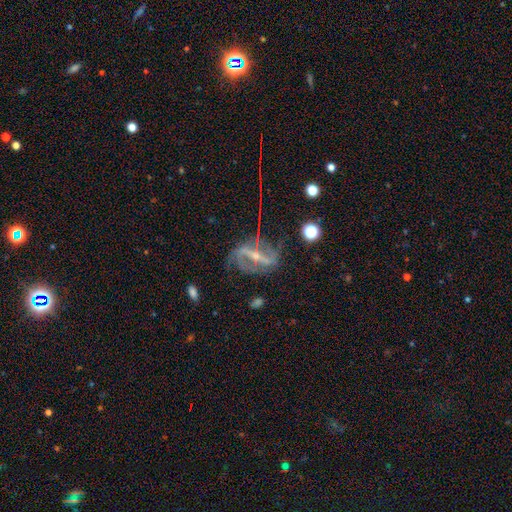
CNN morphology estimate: Smooth or featured?
  - featured or disk: 86% *
  - star or artifact: 8%
  - smooth: 6%
Edge-on disk?
  - no: 91% *
  - yes: 9%
Bar?
  - strong: 72% *
  - weak: 19%
  - no: 9%
Spiral arms?
  - yes: 91% *
  - no: 9%
Spiral winding?
  - loose: 49% *
  - medium: 35%
  - tight: 16%
Spiral arm count?
  - 2: 79% *
  - can't tell: 8%
  - 1: 5%
  - 3: 4%
  - 4: 2%
  - more than 4: 2%
Bulge size?
  - small: 64% *
  - moderate: 32%
  - none: 2%
  - large: 1%
  - dominant: 1%
Merging?
  - none: 59% *
  - minor disturbance: 20%
  - major disturbance: 18%
  - merger: 3%